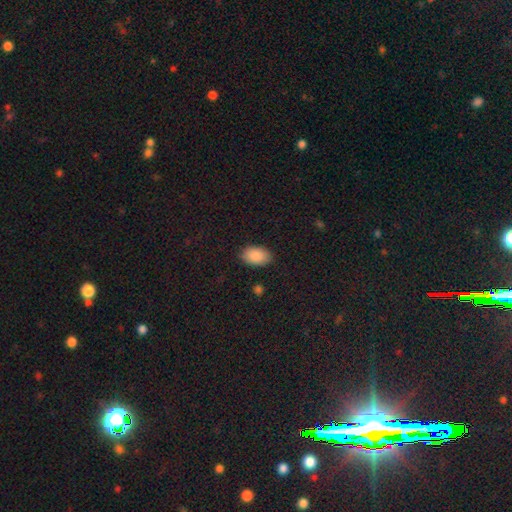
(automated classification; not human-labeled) Q: Smooth or featured?
A: smooth (89%); runner-up: star or artifact (7%)
Q: How rounded?
A: in between (92%); runner-up: round (7%)
Q: Merging?
A: none (87%); runner-up: minor disturbance (10%)